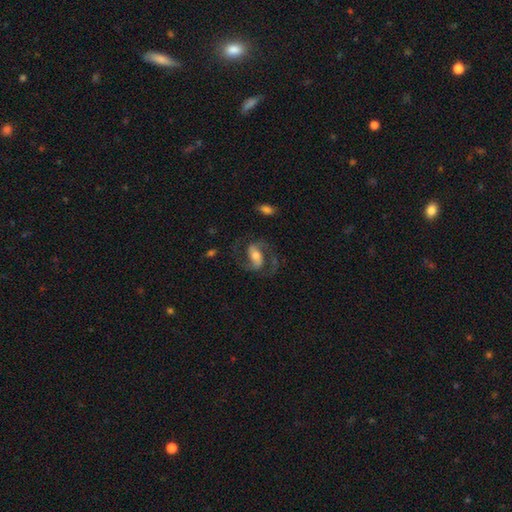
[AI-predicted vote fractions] Smooth or featured: featured or disk — 83% (smooth — 12%)
Edge-on disk: no — 97% (yes — 3%)
Bar: strong — 41% (weak — 37%)
Spiral arms: yes — 95% (no — 5%)
Spiral winding: medium — 60% (loose — 24%)
Spiral arm count: 2 — 92% (can't tell — 2%)
Bulge size: moderate — 59% (small — 22%)
Merging: none — 72% (minor disturbance — 14%)